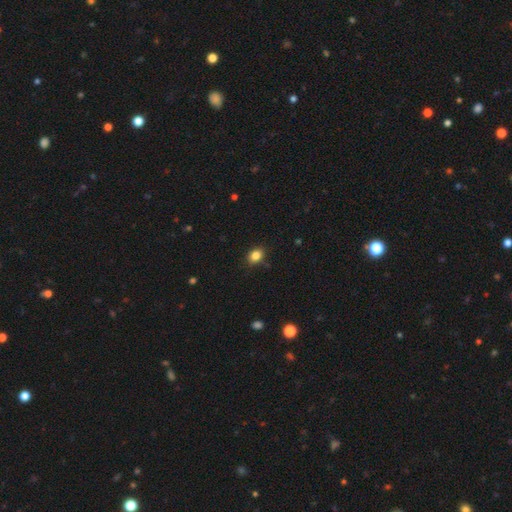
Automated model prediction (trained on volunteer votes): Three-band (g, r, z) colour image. It shows a smooth galaxy with no disk features (85%) that is in between round and cigar-shaped (59%). Merging: none (86%).